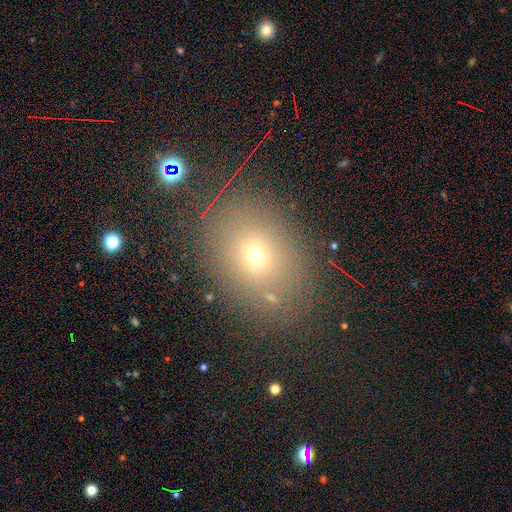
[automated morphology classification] type=smooth (64%); roundness=in between (60%); merging=none (77%).